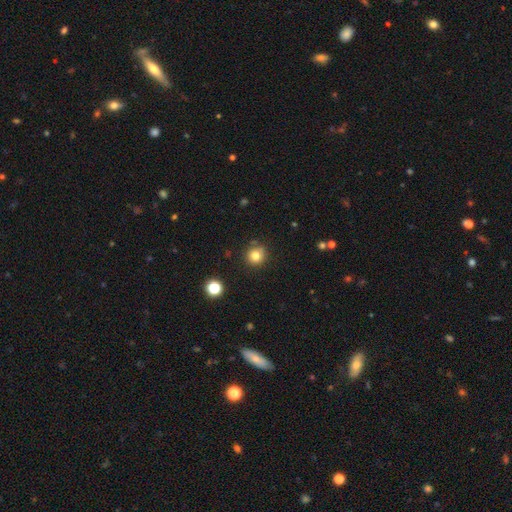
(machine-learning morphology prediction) A smooth galaxy with no disk features (79%) that is round (92%). Merging: none (83%).